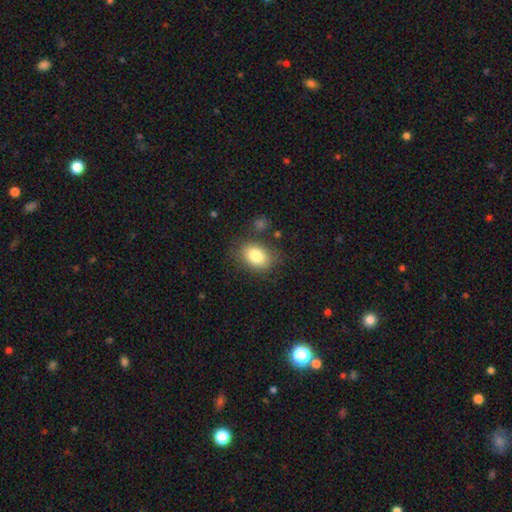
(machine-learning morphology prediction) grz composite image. It shows a smooth galaxy with no disk features (82%) that is in between round and cigar-shaped (77%). Merging: none (75%).